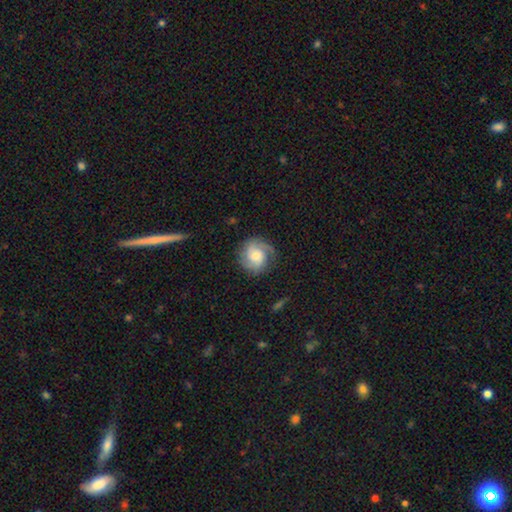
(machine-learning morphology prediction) A featured or disk galaxy (64%) with no bar (66%), 2 (48%) medium (42%) spiral arms (93%) and a moderate central bulge (52%). Merging: none (74%).